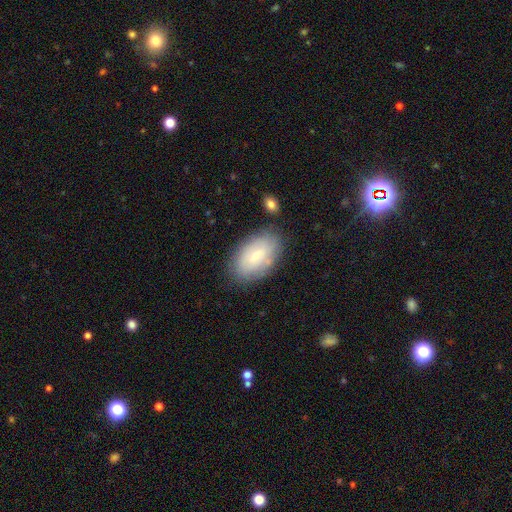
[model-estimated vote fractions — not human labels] Smooth or featured?
  - smooth: 58% *
  - featured or disk: 34%
  - star or artifact: 8%
How rounded?
  - in between: 92% *
  - round: 6%
  - cigar-shaped: 2%
Merging?
  - none: 80% *
  - minor disturbance: 14%
  - major disturbance: 4%
  - merger: 3%